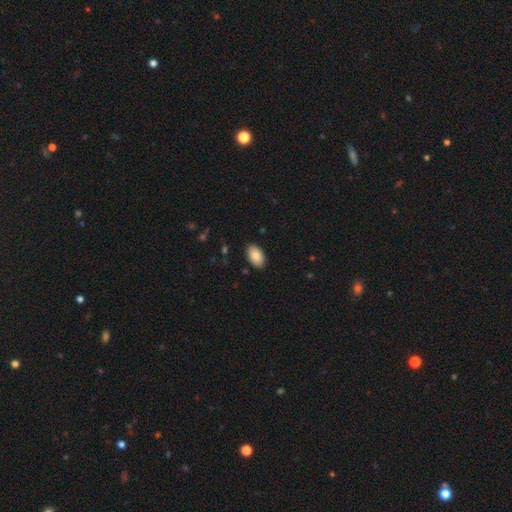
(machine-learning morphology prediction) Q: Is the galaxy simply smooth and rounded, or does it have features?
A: smooth — 87%.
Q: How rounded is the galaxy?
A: in between — 94%.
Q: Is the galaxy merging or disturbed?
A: none — 89%.